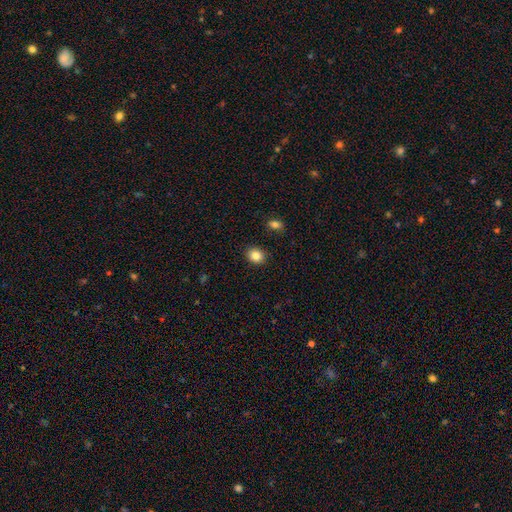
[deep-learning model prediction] smooth 85%, star or artifact 10%, featured or disk 5%. Down the decision tree: how rounded — round (58%); merging — none (89%).